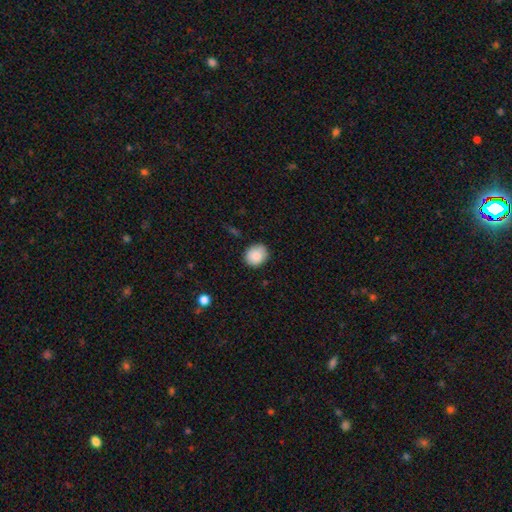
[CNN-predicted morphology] type=smooth (88%); roundness=round (65%); merging=none (85%).